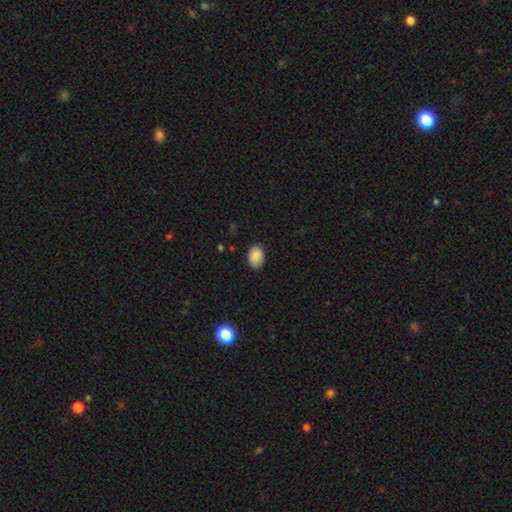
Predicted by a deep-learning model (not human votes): smooth_or_featured: smooth (p=0.89) [alt: star or artifact p=0.08]
how_rounded: in between (p=0.84) [alt: round p=0.15]
merging: none (p=0.82) [alt: minor disturbance p=0.14]